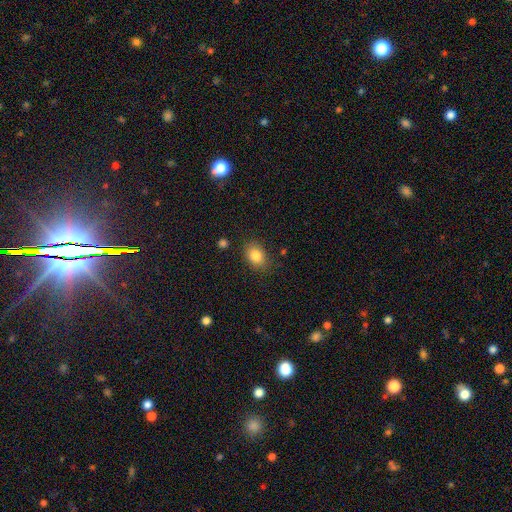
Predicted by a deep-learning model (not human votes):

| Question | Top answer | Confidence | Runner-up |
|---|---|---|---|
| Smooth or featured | smooth | 84% | star or artifact (9%) |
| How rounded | in between | 73% | round (26%) |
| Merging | none | 81% | minor disturbance (13%) |